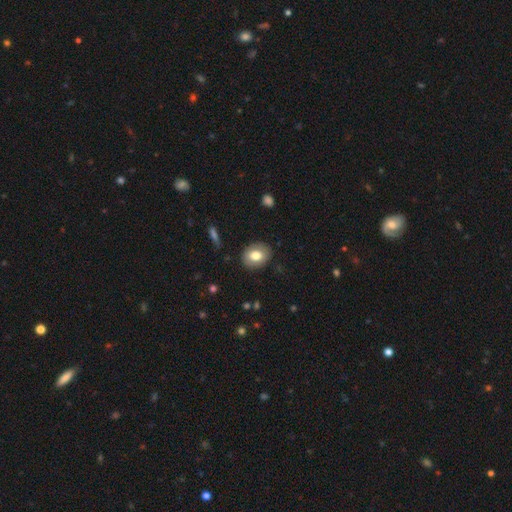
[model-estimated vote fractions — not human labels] A smooth galaxy with no disk features (75%) that is in between round and cigar-shaped (57%). Merging: none (86%).